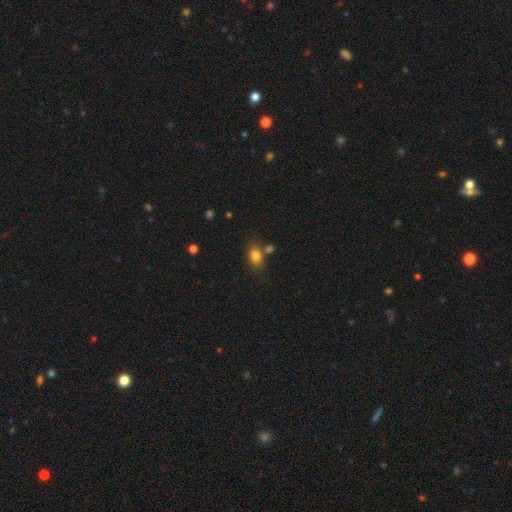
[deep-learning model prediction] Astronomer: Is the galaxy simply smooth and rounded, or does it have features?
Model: smooth — 81%.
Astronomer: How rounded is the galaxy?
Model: in between — 76%.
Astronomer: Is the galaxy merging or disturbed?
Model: none — 68%.